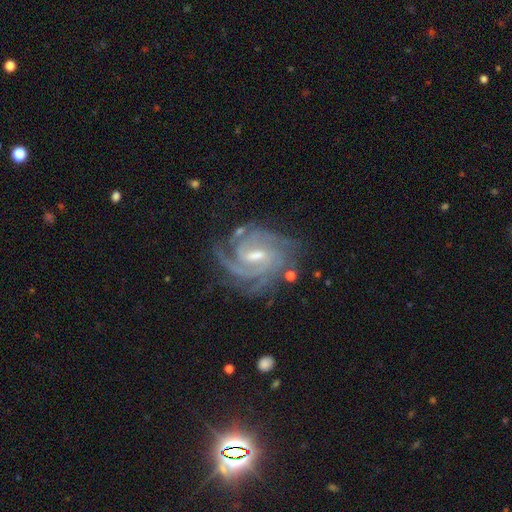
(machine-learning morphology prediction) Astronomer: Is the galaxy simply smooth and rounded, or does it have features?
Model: featured or disk — 91%.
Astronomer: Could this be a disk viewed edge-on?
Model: no — 97%.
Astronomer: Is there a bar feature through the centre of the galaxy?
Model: weak — 54% (runner-up: strong, 31%).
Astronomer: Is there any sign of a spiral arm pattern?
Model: yes — 98%.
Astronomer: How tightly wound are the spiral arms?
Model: tight — 66%.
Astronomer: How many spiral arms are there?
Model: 3 — 35% (runner-up: 4, 24%).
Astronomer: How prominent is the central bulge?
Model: moderate — 52% (runner-up: small, 40%).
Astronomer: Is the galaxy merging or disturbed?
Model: none — 69%.